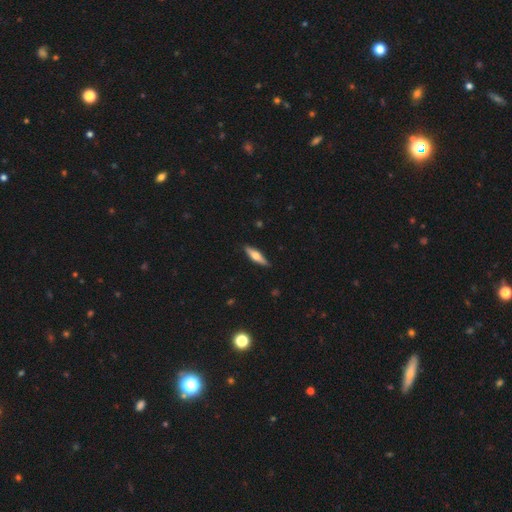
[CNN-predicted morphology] A smooth galaxy with no disk features (48%).

Vote fractions:
- Smooth or featured? smooth: 48% / featured or disk: 46% / star or artifact: 6%
- Merging? none: 89% / minor disturbance: 9% / major disturbance: 2% / merger: 1%